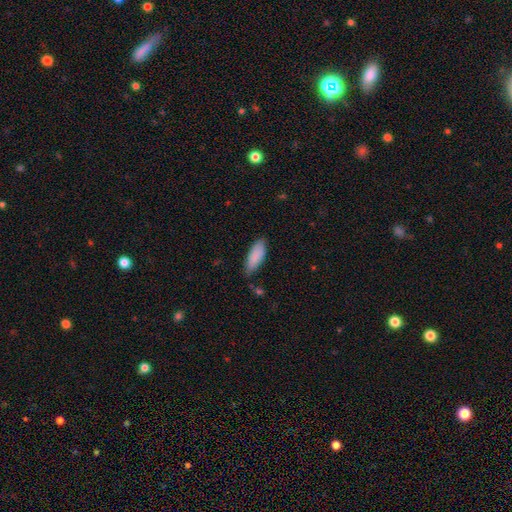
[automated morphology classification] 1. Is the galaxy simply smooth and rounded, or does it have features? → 87% smooth, 7% featured or disk, 6% star or artifact.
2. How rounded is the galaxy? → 69% in between, 29% cigar-shaped, 2% round.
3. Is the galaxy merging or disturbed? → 72% none, 22% minor disturbance, 3% major disturbance, 2% merger.